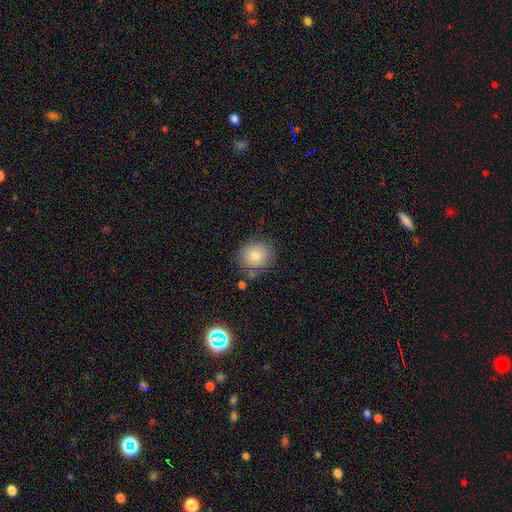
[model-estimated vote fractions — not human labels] This is likely a smooth galaxy (76%). How rounded: clearly round (83%). Merging: likely none (78%).